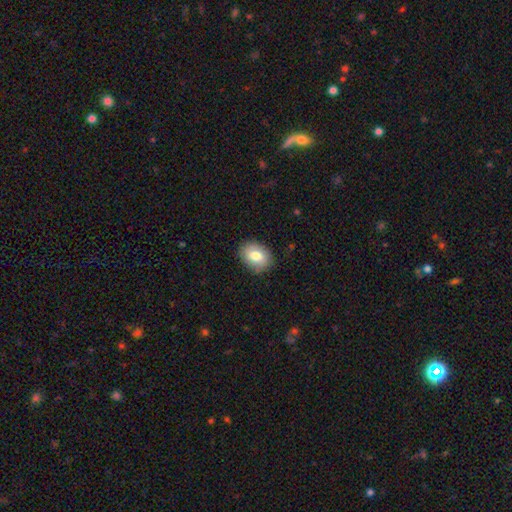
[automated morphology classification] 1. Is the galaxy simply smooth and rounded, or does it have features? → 79% smooth, 14% featured or disk, 7% star or artifact.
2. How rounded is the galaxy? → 75% in between, 24% round, 1% cigar-shaped.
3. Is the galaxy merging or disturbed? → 86% none, 11% minor disturbance, 3% major disturbance, 1% merger.